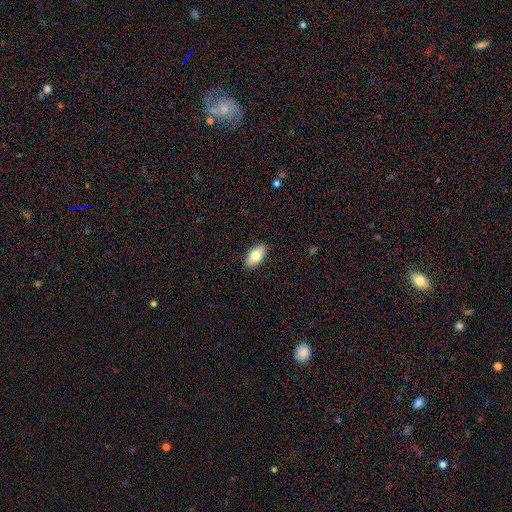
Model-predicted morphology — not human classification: smooth-or-featured: smooth: 77% | featured or disk: 16% | star or artifact: 7%
  how-rounded: in between: 92% | round: 4% | cigar-shaped: 4%
  merging: none: 89% | minor disturbance: 8% | major disturbance: 2% | merger: 1%